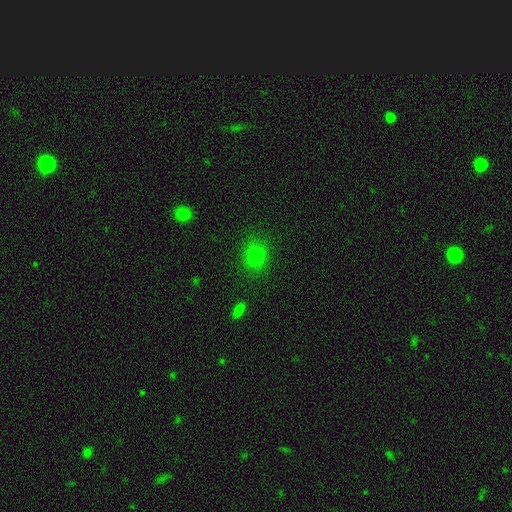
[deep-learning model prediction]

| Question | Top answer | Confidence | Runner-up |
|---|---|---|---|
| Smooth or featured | smooth | 75% | star or artifact (19%) |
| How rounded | round | 69% | in between (30%) |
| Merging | none | 80% | minor disturbance (13%) |